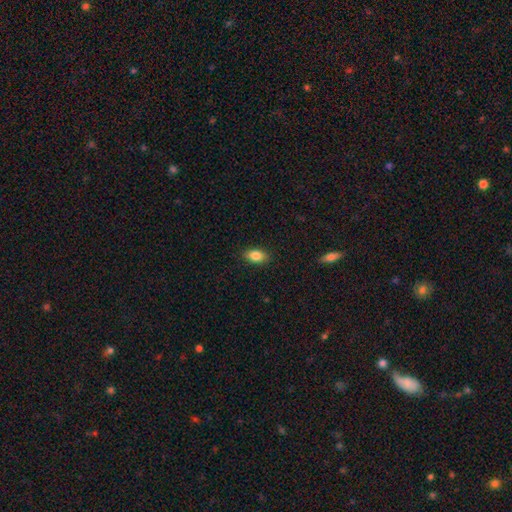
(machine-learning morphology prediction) type=smooth (85%); roundness=in between (86%); merging=none (88%).